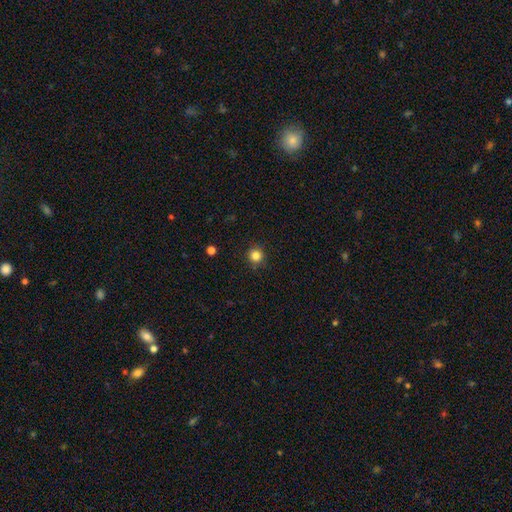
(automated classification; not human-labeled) smooth 84%, star or artifact 12%, featured or disk 4%. Down the decision tree: how rounded — round (95%); merging — none (90%).